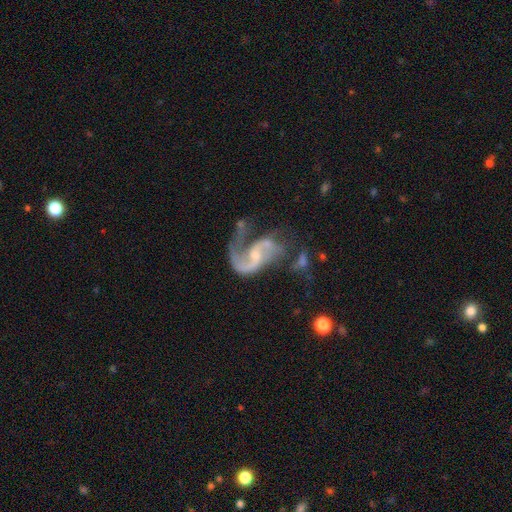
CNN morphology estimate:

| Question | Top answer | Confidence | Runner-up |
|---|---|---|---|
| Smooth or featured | featured or disk | 88% | star or artifact (6%) |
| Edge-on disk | no | 98% | yes (2%) |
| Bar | weak | 44% | no (43%) |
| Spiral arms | yes | 94% | no (6%) |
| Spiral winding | loose | 59% | medium (33%) |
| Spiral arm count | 2 | 70% | 1 (20%) |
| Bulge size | small | 59% | moderate (27%) |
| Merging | major disturbance | 37% | none (32%) |